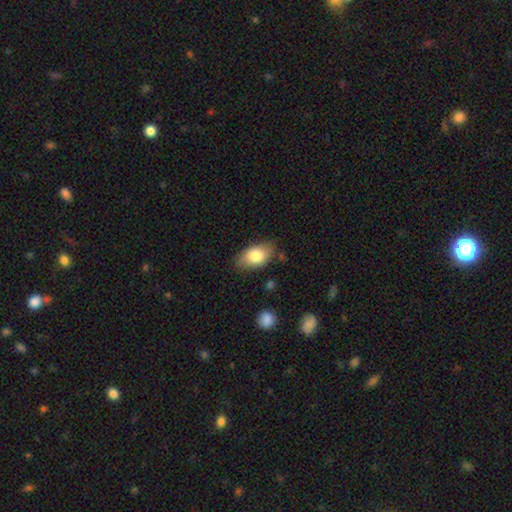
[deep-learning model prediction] This is clearly a smooth galaxy (82%). How rounded: clearly in between (91%). Merging: likely none (77%).